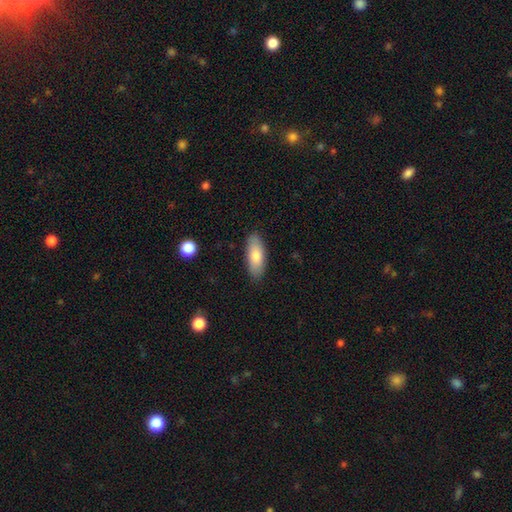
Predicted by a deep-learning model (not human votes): A smooth galaxy with no disk features (78%) that is in between round and cigar-shaped (74%).

Vote fractions:
- Smooth or featured? smooth: 78% / featured or disk: 16% / star or artifact: 6%
- How rounded? in between: 74% / cigar-shaped: 24% / round: 2%
- Merging? none: 87% / minor disturbance: 10% / major disturbance: 2% / merger: 1%